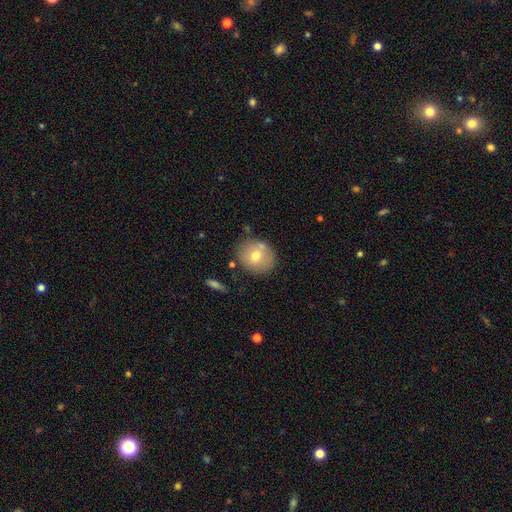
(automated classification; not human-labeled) Morphology: type=smooth (69%); roundness=round (77%); merging=none (74%).